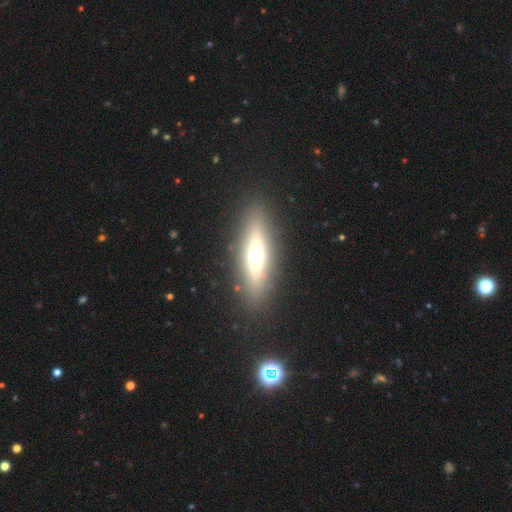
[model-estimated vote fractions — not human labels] featured or disk 46%, smooth 45%, star or artifact 9%. Down the decision tree: merging — none (87%).